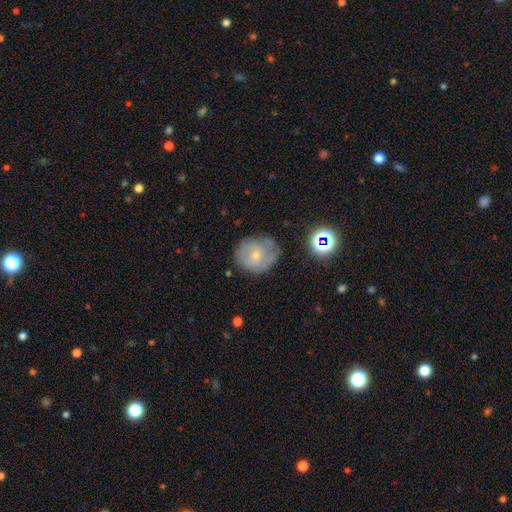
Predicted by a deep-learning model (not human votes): Morphology: type=smooth (49%); merging=none (56%).